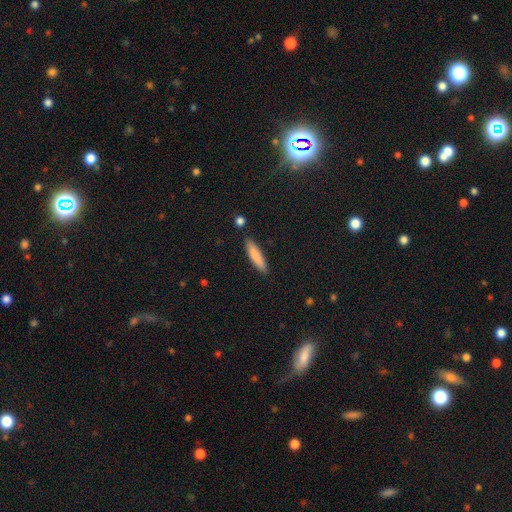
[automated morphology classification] This is clearly a smooth galaxy (83%). How rounded: likely cigar-shaped (78%). Merging: clearly none (86%).